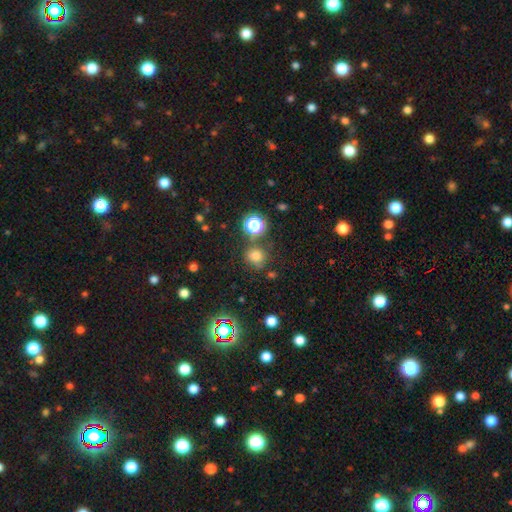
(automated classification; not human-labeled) Smooth or featured: smooth — 71% (star or artifact — 22%)
How rounded: round — 84% (in between — 15%)
Merging: none — 74% (minor disturbance — 13%)